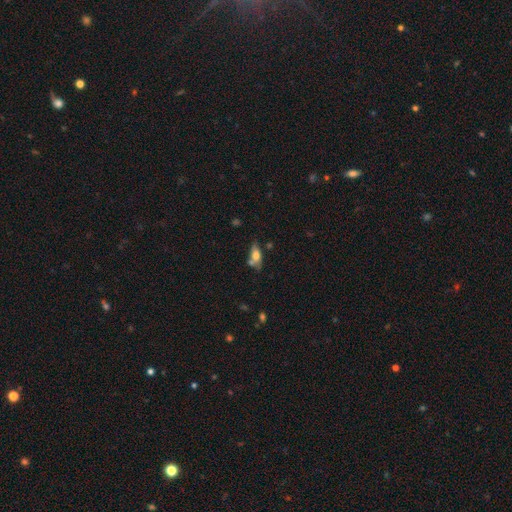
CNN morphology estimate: Q: Smooth or featured?
A: smooth (58%); runner-up: featured or disk (34%)
Q: How rounded?
A: in between (73%); runner-up: cigar-shaped (22%)
Q: Merging?
A: none (52%); runner-up: merger (21%)